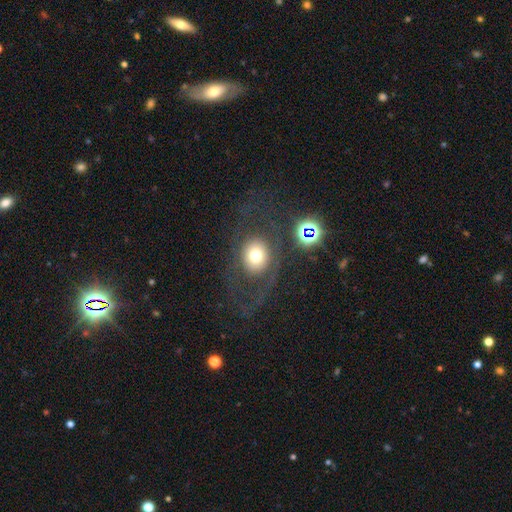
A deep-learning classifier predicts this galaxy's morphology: smooth_or_featured: smooth (p=0.58) [alt: featured or disk p=0.28]
how_rounded: round (p=0.61) [alt: in between p=0.38]
merging: none (p=0.60) [alt: major disturbance p=0.23]